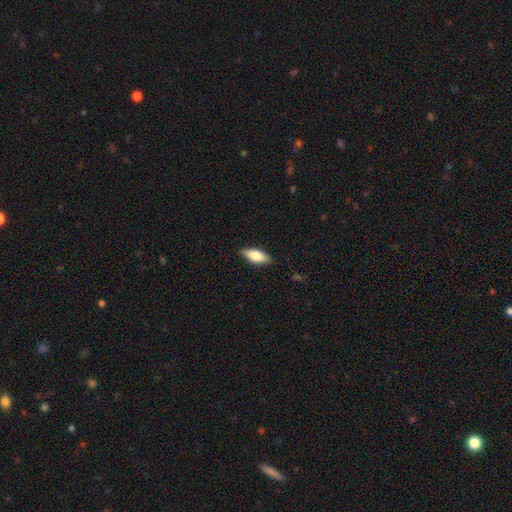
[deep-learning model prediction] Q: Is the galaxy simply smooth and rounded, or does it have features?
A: smooth — 75%.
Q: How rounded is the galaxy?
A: in between — 77%.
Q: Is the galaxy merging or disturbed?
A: none — 87%.